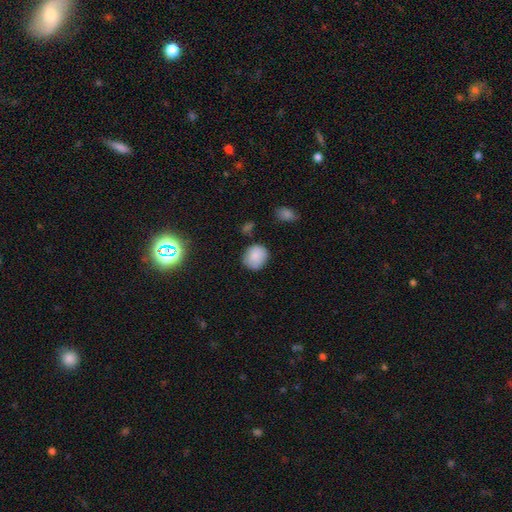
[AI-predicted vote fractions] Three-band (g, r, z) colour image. It shows a smooth galaxy with no disk features (85%) that is round (77%). Merging: none (77%).